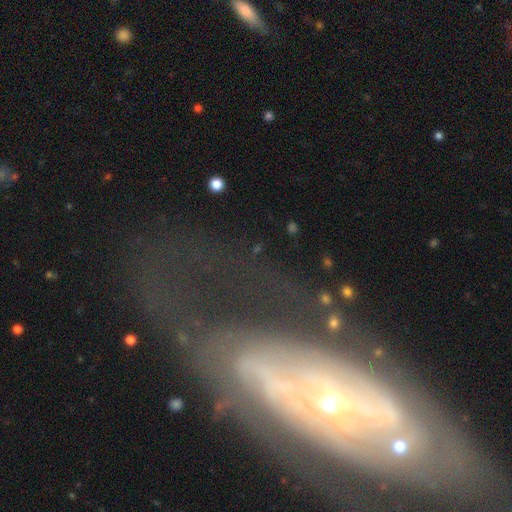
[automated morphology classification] A featured or disk galaxy (65%) with no bar (67%), spiral arms (54%) and a small central bulge (55%).

Vote fractions:
- Smooth or featured? featured or disk: 65% / smooth: 20% / star or artifact: 16%
- Edge-on disk? no: 79% / yes: 21%
- Bar? no: 67% / weak: 19% / strong: 14%
- Spiral arms? yes: 54% / no: 46%
- Bulge size? small: 55% / moderate: 33% / none: 5% / large: 4% / dominant: 2%
- Merging? none: 45% / major disturbance: 31% / minor disturbance: 18% / merger: 5%